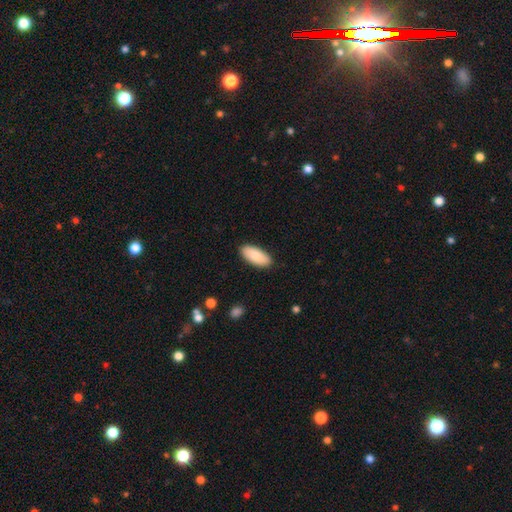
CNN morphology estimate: Smooth or featured? smooth (83%)
How rounded? in between (89%)
Merging? none (88%)